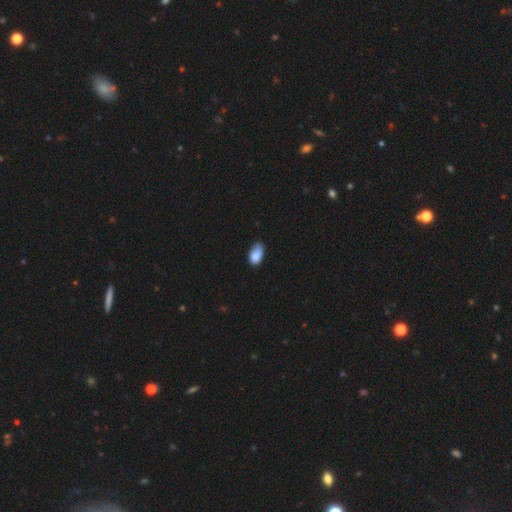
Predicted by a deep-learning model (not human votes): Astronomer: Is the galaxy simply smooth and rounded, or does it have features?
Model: smooth — 85%.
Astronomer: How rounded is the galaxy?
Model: in between — 92%.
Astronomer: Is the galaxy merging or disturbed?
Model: none — 51% (runner-up: minor disturbance, 38%).